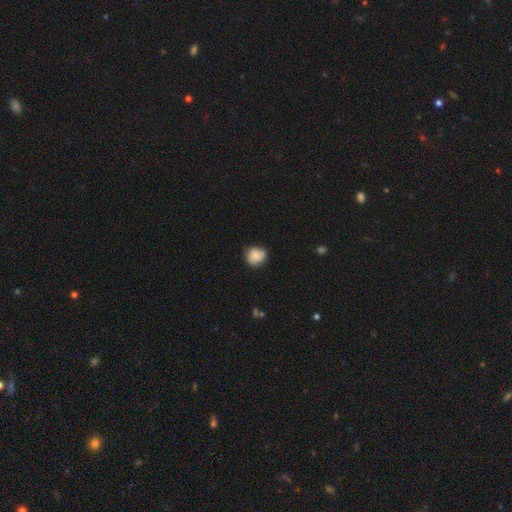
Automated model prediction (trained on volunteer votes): This is likely a smooth galaxy (75%). How rounded: likely round (79%). Merging: likely none (65%).